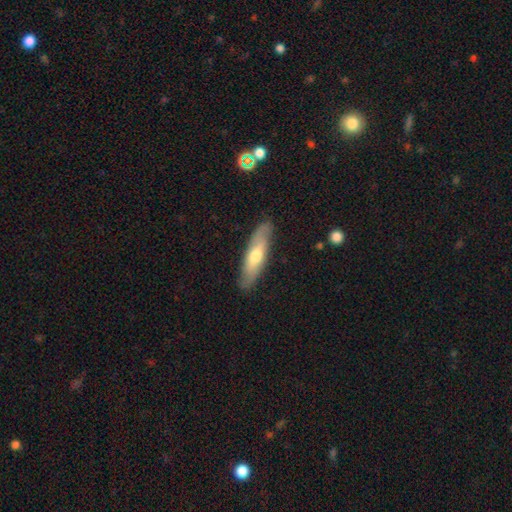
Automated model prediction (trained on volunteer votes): smooth-or-featured: smooth: 53% | featured or disk: 41% | star or artifact: 5%
  how-rounded: cigar-shaped: 63% | in between: 35% | round: 2%
  merging: none: 85% | minor disturbance: 11% | major disturbance: 2% | merger: 1%